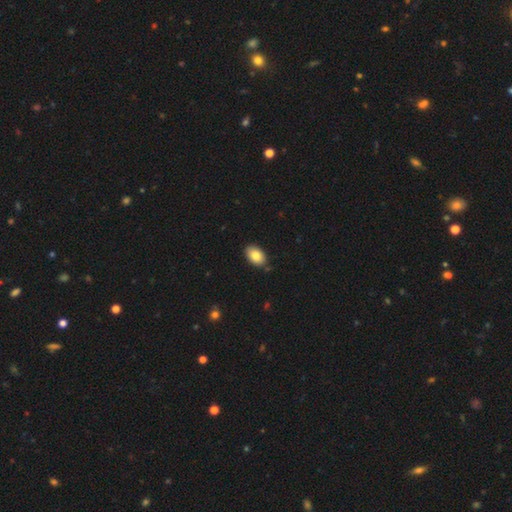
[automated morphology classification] smooth_or_featured: smooth (p=0.84) [alt: featured or disk p=0.09]
how_rounded: in between (p=0.90) [alt: round p=0.08]
merging: none (p=0.84) [alt: minor disturbance p=0.12]